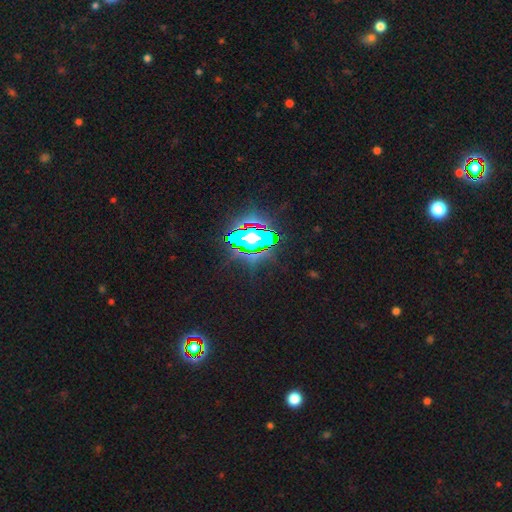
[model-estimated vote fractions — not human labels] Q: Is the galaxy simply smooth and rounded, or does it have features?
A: star or artifact — 84%.